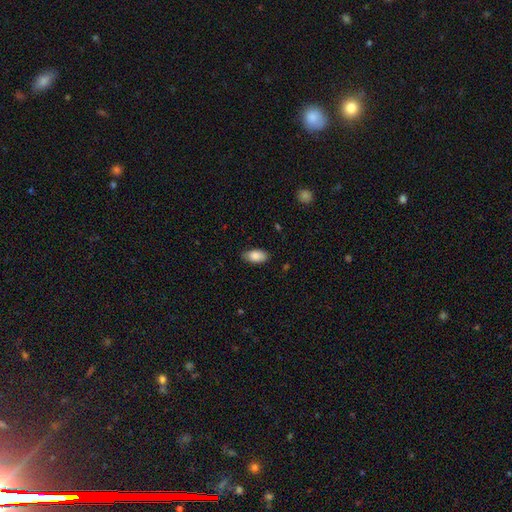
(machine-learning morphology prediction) The model was most divided on "merging": none: 82%, minor disturbance: 14%, major disturbance: 3%, merger: 1%. More confident: how rounded — in between (93%); smooth or featured — smooth (87%).